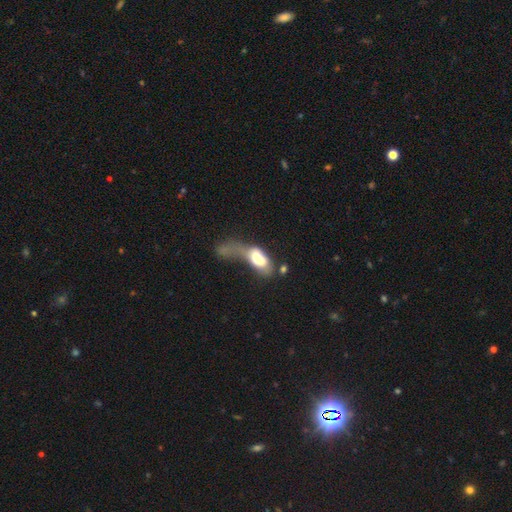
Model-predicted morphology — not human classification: Overall: smooth (66%). How rounded: in between (84%). Merging: major disturbance (54%; merger 22%).